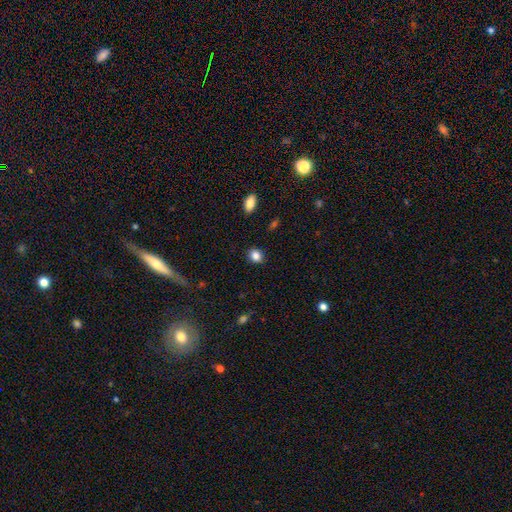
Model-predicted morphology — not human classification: smooth 85%, star or artifact 10%, featured or disk 5%. Down the decision tree: how rounded — round (58%); merging — none (89%).